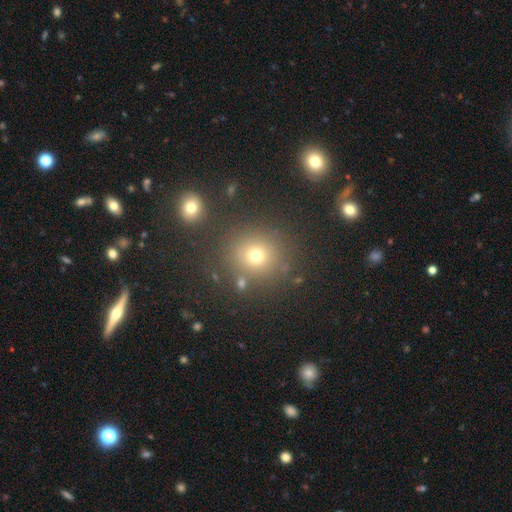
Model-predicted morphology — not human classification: Smooth or featured? smooth (71%)
How rounded? round (88%)
Merging? none (82%)